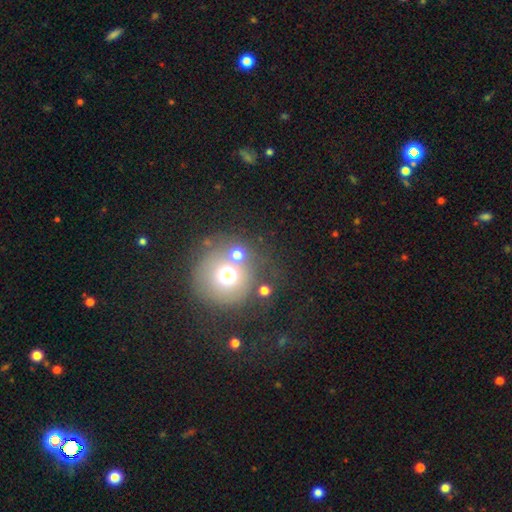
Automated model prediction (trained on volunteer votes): This appears to be a smooth galaxy with no disk features (59%) that is round (93%). Merging: none (60%).